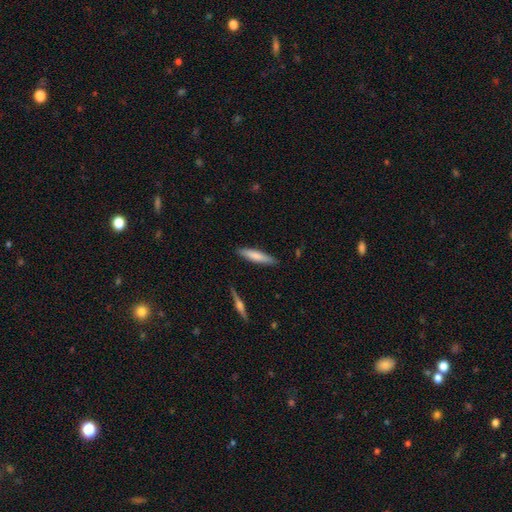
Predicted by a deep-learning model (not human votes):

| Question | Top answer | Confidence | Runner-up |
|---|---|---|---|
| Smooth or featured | smooth | 74% | featured or disk (21%) |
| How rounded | cigar-shaped | 82% | in between (17%) |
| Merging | none | 87% | minor disturbance (9%) |